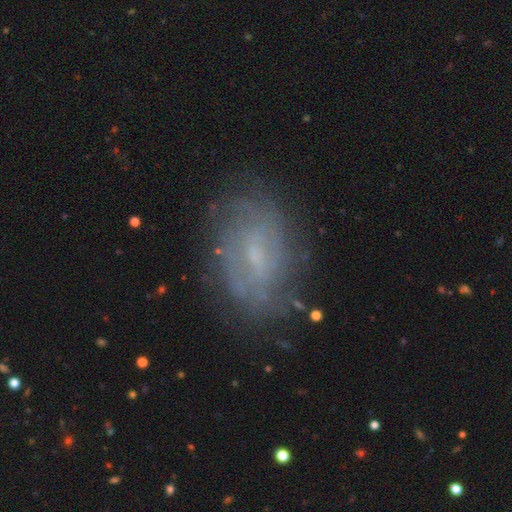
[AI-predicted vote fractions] The model was most divided on "bar": weak: 53%, no: 34%, strong: 12%. More confident: edge-on disk — no (95%); merging — none (75%); spiral arms — yes (71%); smooth or featured — featured or disk (65%); bulge size — small (64%).